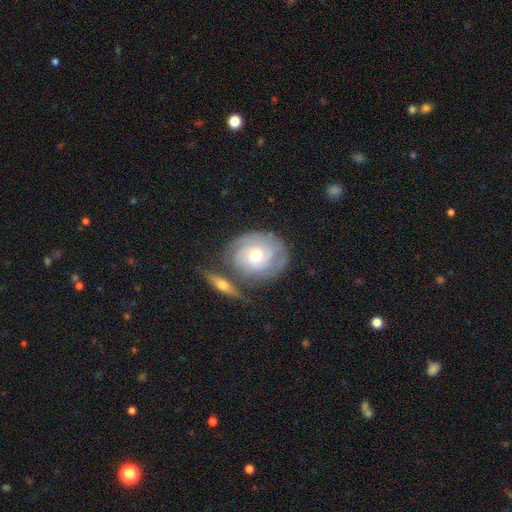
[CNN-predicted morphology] This is likely a featured or disk galaxy (72%). It is clearly not viewed edge-on (95%). Bar: likely no (76%). Spiral arm pattern: clearly yes (87%). Spiral arm count: marginally can't tell (41%). Spiral winding: likely tight (72%). Central bulge: likely moderate (65%). Merging: possibly none (57%).